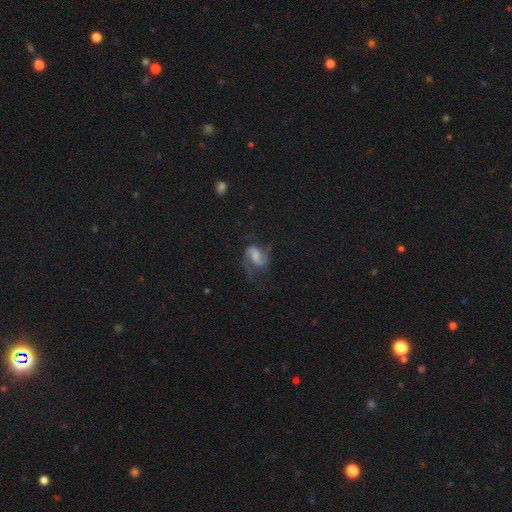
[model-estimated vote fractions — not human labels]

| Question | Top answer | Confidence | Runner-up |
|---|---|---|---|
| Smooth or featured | featured or disk | 73% | smooth (18%) |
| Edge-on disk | no | 97% | yes (3%) |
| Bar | weak | 47% | strong (27%) |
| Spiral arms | yes | 93% | no (7%) |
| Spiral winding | medium | 47% | loose (40%) |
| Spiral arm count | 2 | 83% | 1 (6%) |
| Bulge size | small | 30% | moderate (28%) |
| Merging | none | 54% | major disturbance (24%) |